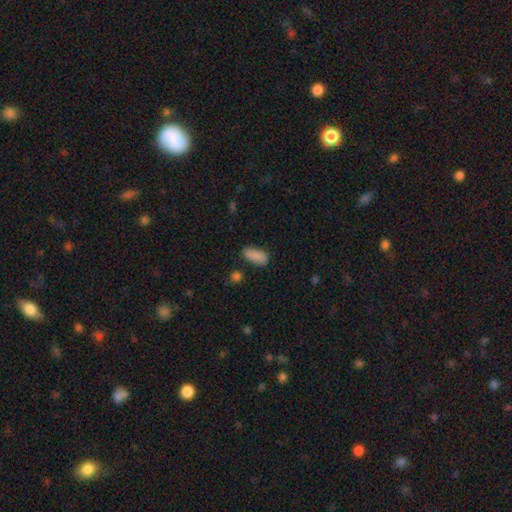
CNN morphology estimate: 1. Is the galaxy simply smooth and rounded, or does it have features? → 88% smooth, 8% star or artifact, 5% featured or disk.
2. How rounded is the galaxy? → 85% in between, 13% cigar-shaped, 3% round.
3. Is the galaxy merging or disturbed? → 77% none, 16% minor disturbance, 4% major disturbance, 3% merger.